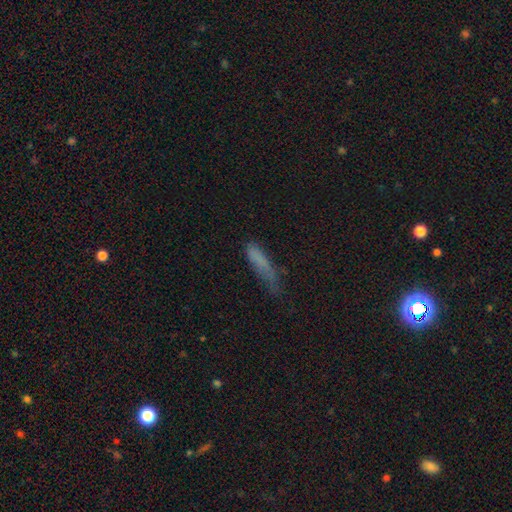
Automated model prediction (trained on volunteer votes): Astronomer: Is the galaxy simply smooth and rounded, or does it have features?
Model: smooth — 74%.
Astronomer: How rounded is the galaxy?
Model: cigar-shaped — 72%.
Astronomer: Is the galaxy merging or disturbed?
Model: none — 37% (runner-up: minor disturbance, 35%).